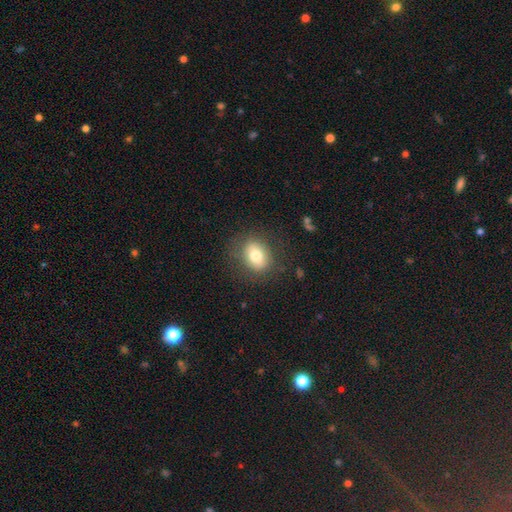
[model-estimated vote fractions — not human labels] smooth_or_featured: smooth (p=0.75) [alt: featured or disk p=0.16]
how_rounded: in between (p=0.57) [alt: round p=0.42]
merging: none (p=0.80) [alt: minor disturbance p=0.13]